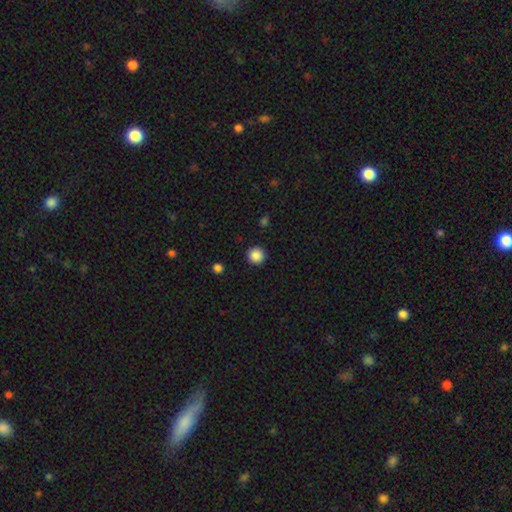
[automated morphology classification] Smooth or featured? smooth (88%)
How rounded? round (94%)
Merging? none (92%)